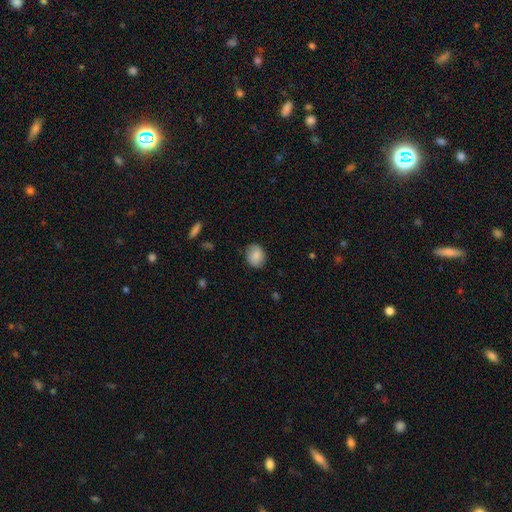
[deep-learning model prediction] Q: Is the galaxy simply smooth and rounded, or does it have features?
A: smooth — 84%.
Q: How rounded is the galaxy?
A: round — 61%.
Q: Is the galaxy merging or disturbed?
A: none — 82%.